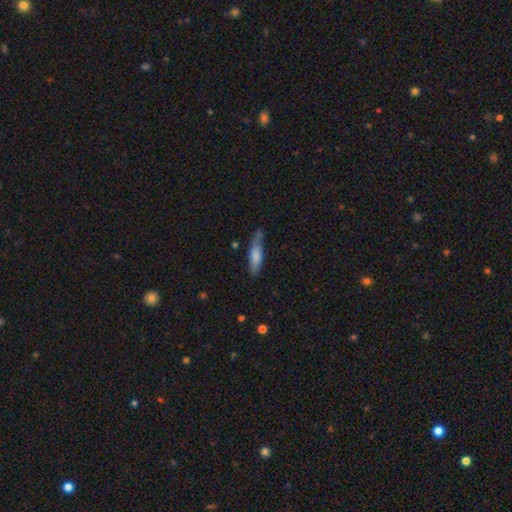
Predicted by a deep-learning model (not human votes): Overall: smooth (78%). How rounded: cigar-shaped (68%; in between 31%). Merging: none (61%; minor disturbance 28%).